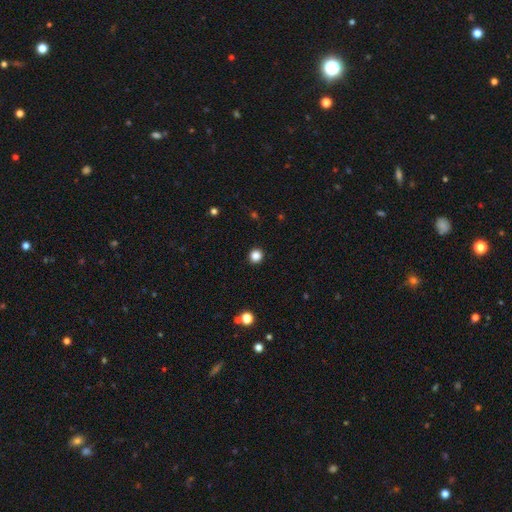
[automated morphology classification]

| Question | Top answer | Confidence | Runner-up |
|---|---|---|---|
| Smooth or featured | smooth | 85% | star or artifact (12%) |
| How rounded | round | 91% | in between (8%) |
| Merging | none | 93% | minor disturbance (4%) |